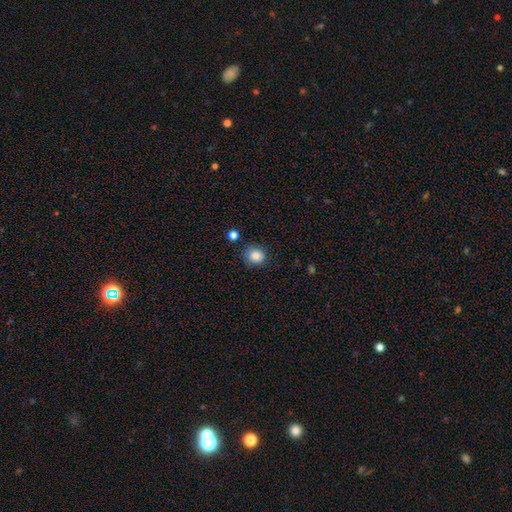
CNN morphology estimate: smooth 86%, star or artifact 10%, featured or disk 5%. Down the decision tree: how rounded — round (80%); merging — none (82%).